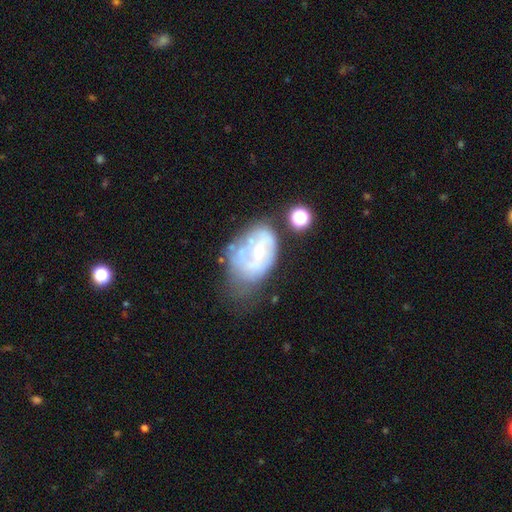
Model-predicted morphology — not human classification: Overall: featured or disk (66%). Edge-on disk: no (96%). Bar: no (64%; weak 28%). Spiral arms: yes (50%, tied with no). Bulge size: small (52%; moderate 42%). Merging: none (31%; minor disturbance 30%).